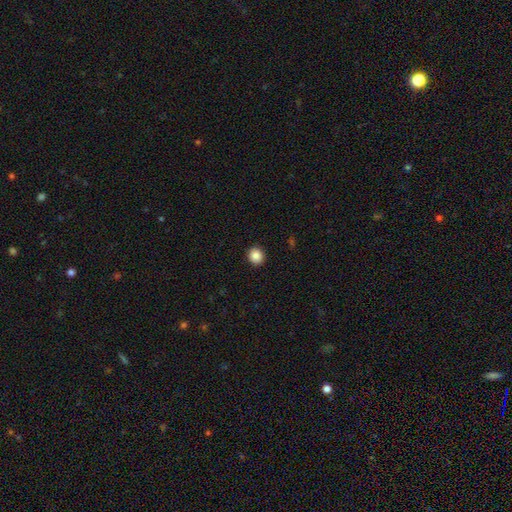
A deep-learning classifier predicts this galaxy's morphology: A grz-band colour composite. It shows a smooth galaxy with no disk features (87%) that is round (87%). Merging: none (93%).